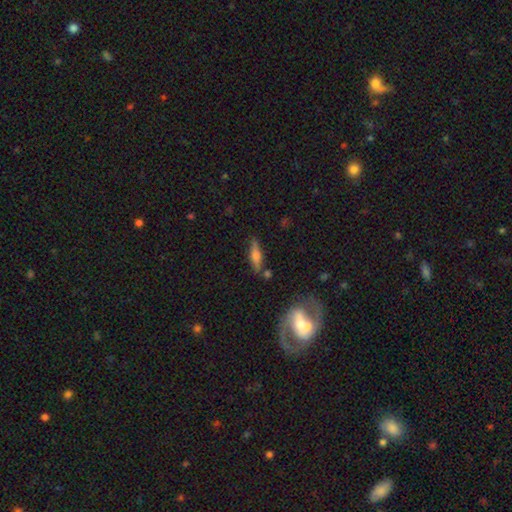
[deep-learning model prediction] A featured or disk galaxy (54%) viewed edge-on (90%). Merging: none (78%).